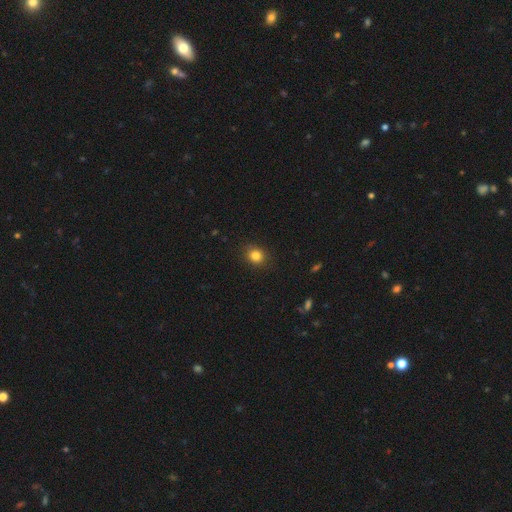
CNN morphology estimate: Smooth or featured?
  - smooth: 83% *
  - star or artifact: 12%
  - featured or disk: 5%
How rounded?
  - round: 70% *
  - in between: 29%
  - cigar-shaped: 1%
Merging?
  - none: 88% *
  - minor disturbance: 9%
  - major disturbance: 2%
  - merger: 1%